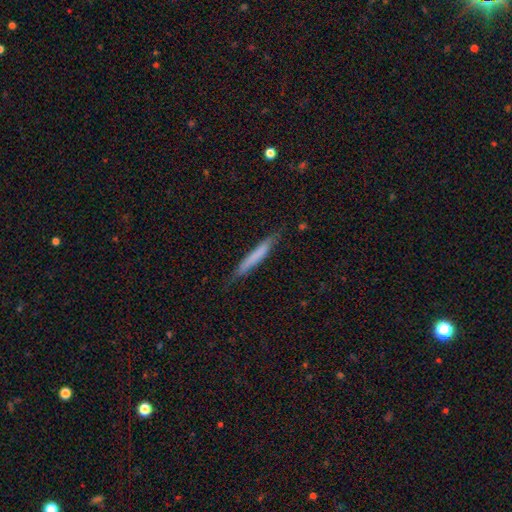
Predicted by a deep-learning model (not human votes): A smooth galaxy with no disk features (67%) that is cigar-shaped (95%).

Vote fractions:
- Smooth or featured? smooth: 67% / featured or disk: 27% / star or artifact: 6%
- How rounded? cigar-shaped: 95% / in between: 3% / round: 1%
- Merging? none: 81% / minor disturbance: 15% / major disturbance: 3% / merger: 1%